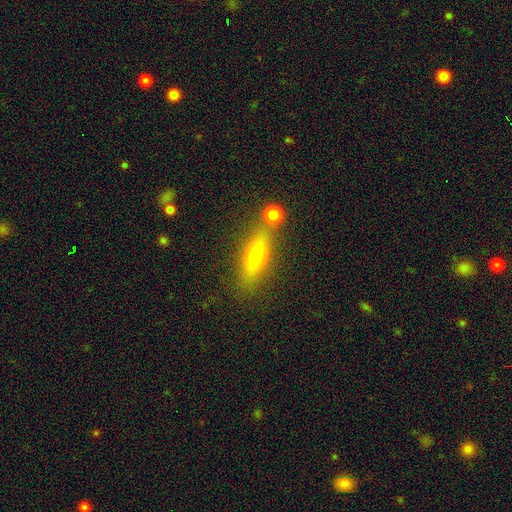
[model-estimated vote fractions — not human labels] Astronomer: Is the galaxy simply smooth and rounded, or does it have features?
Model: smooth — 57%.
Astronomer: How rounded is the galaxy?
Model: cigar-shaped — 53% (runner-up: in between, 41%).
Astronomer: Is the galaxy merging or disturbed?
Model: none — 68%.